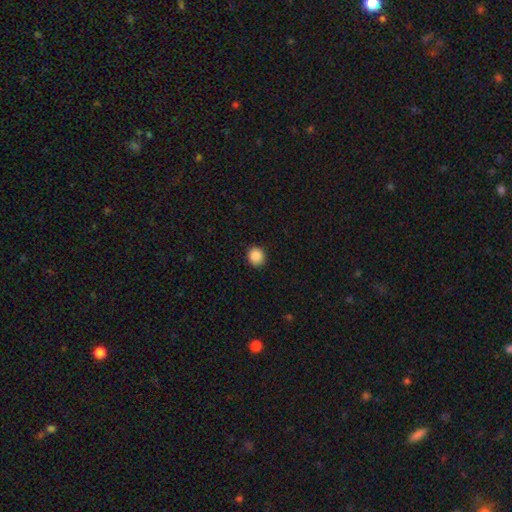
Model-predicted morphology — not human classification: The model was most divided on "how rounded": round: 86%, in between: 13%, cigar-shaped: 1%. More confident: merging — none (91%); smooth or featured — smooth (87%).